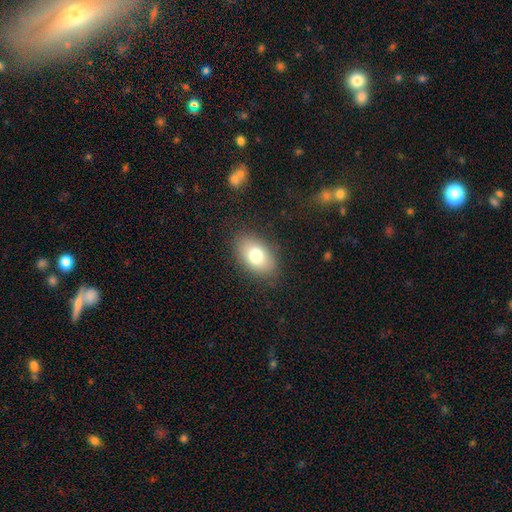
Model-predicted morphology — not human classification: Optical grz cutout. It shows a smooth galaxy with no disk features (76%) that is in between round and cigar-shaped (88%). Merging: none (83%).